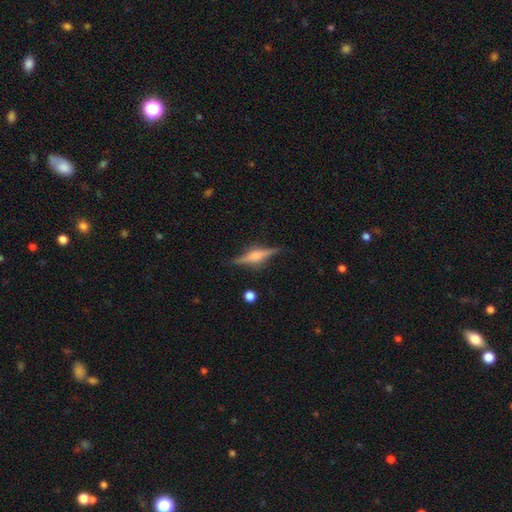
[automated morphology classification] Smooth or featured: featured or disk — 77% (smooth — 16%)
Edge-on disk: yes — 97% (no — 3%)
Edge-on bulge: rounded — 85% (boxy — 12%)
Merging: none — 85% (minor disturbance — 10%)